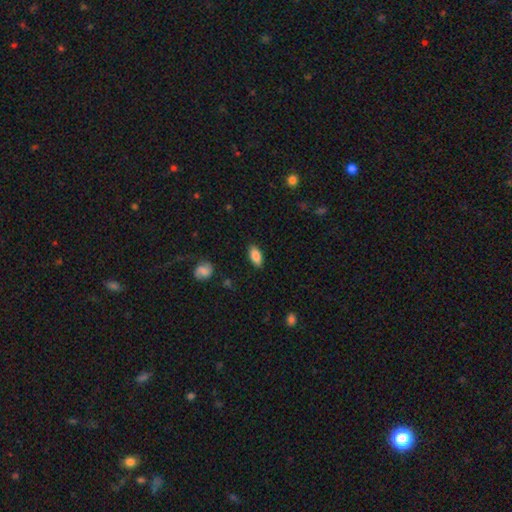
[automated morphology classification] This appears to be a smooth galaxy with no disk features (85%) that is in between round and cigar-shaped (88%). Merging: none (86%).